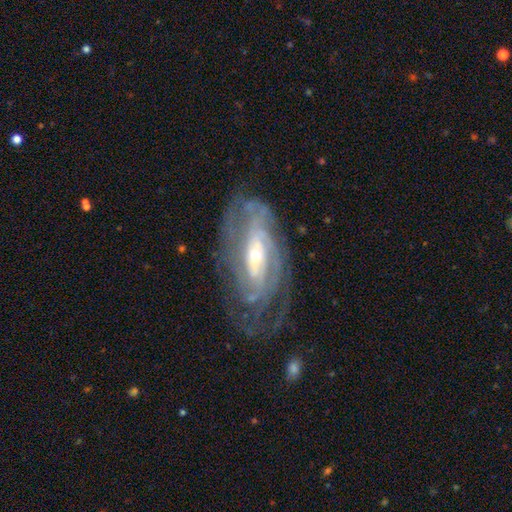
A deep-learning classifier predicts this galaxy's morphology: A featured or disk galaxy (87%) with no bar (47%), tight (61%) spiral arms (94%) and a small central bulge (56%). Merging: none (62%).